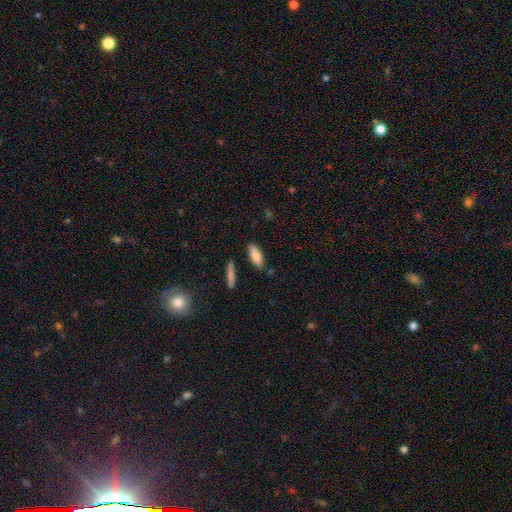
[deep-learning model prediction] This is clearly a smooth galaxy (85%). How rounded: likely in between (70%). Merging: clearly none (82%).